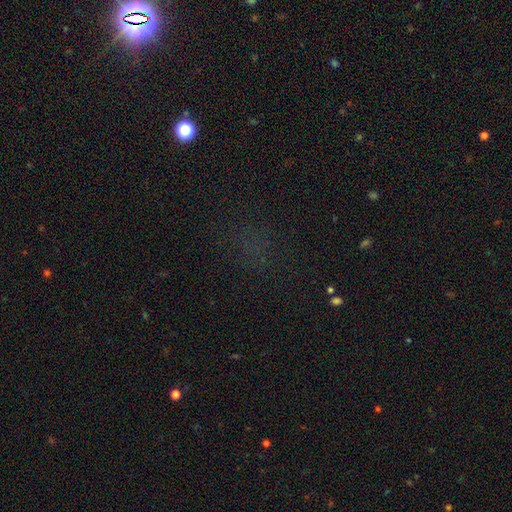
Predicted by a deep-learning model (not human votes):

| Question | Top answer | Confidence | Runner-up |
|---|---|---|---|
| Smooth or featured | star or artifact | 58% | smooth (31%) |